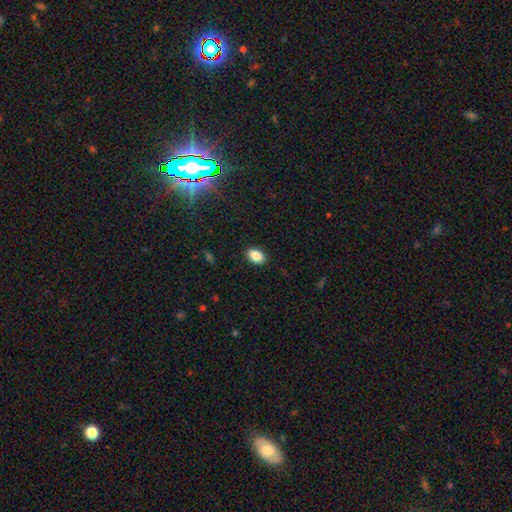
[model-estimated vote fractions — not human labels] Smooth or featured? Predicted: smooth (p=0.87). How rounded? Predicted: in between (p=0.87). Merging? Predicted: none (p=0.90).